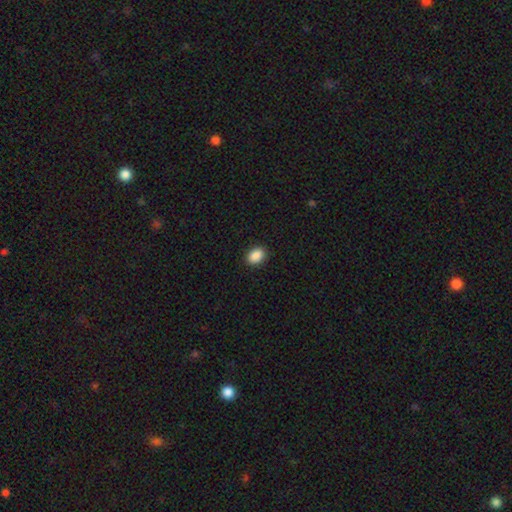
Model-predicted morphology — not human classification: Smooth or featured?
  - smooth: 89% *
  - star or artifact: 8%
  - featured or disk: 3%
How rounded?
  - in between: 74% *
  - round: 25%
  - cigar-shaped: 1%
Merging?
  - none: 91% *
  - minor disturbance: 7%
  - major disturbance: 2%
  - merger: 1%